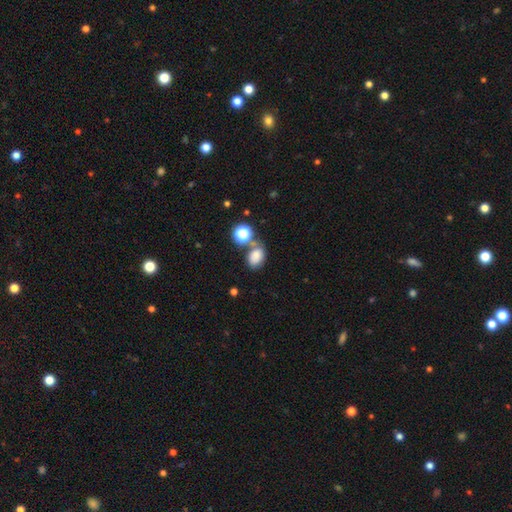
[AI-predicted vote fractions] smooth 78%, star or artifact 13%, featured or disk 9%. Down the decision tree: how rounded — in between (73%); merging — none (51%).